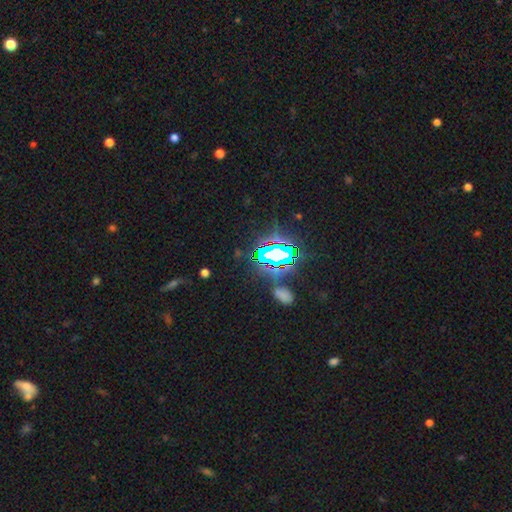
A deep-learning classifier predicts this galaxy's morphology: Overall: star or artifact (79%).